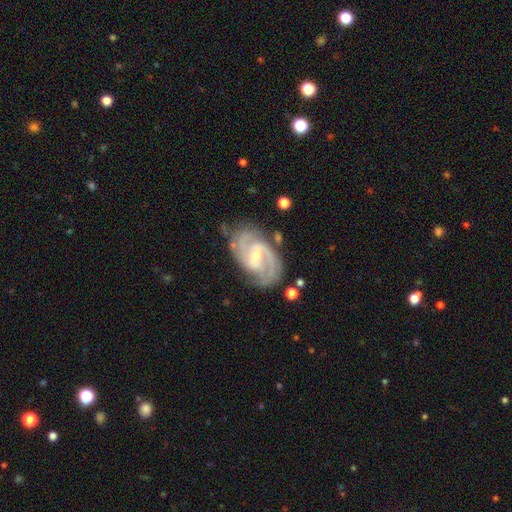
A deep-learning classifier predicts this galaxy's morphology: The model was most divided on "spiral winding": medium: 48%, tight: 43%, loose: 9%. More confident: spiral arms — yes (98%); edge-on disk — no (97%); smooth or featured — featured or disk (91%); merging — none (71%); spiral arm count — 2 (64%); bulge size — small (62%); bar — weak (50%).